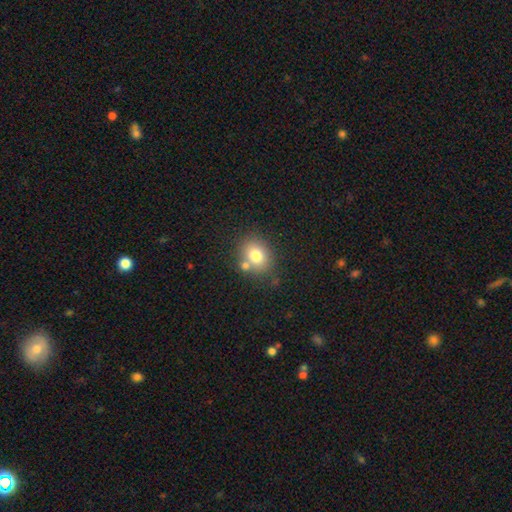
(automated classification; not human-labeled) A smooth galaxy with no disk features (76%) that is round (54%).

Vote fractions:
- Smooth or featured? smooth: 76% / featured or disk: 13% / star or artifact: 11%
- How rounded? round: 54% / in between: 46% / cigar-shaped: 1%
- Merging? none: 65% / merger: 18% / minor disturbance: 13% / major disturbance: 4%